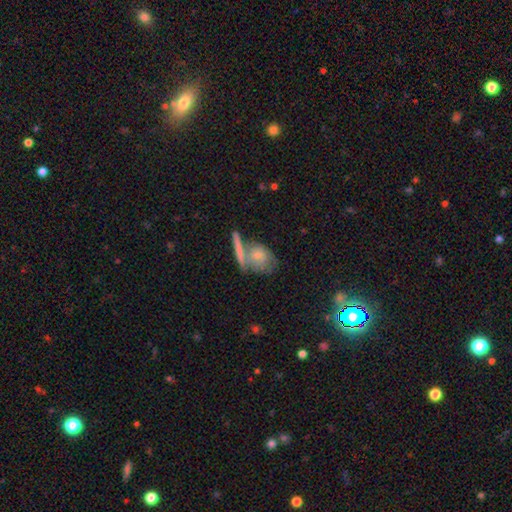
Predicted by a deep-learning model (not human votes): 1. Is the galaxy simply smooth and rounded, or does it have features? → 50% smooth, 38% featured or disk, 12% star or artifact.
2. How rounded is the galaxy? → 45% in between, 42% round, 14% cigar-shaped.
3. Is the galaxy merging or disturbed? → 46% none, 34% merger, 14% minor disturbance, 7% major disturbance.